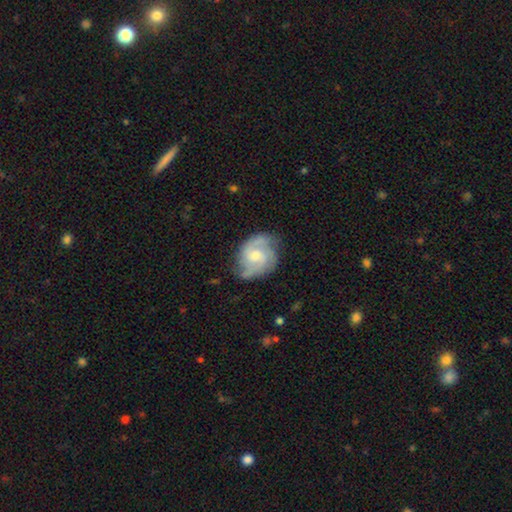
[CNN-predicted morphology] featured or disk 78%, smooth 17%, star or artifact 5%. Down the decision tree: edge-on disk — no (98%); bar — no (59%); spiral arms — yes (94%); spiral arm count — 2 (61%); spiral winding — medium (48%); bulge size — moderate (51%); merging — none (67%).